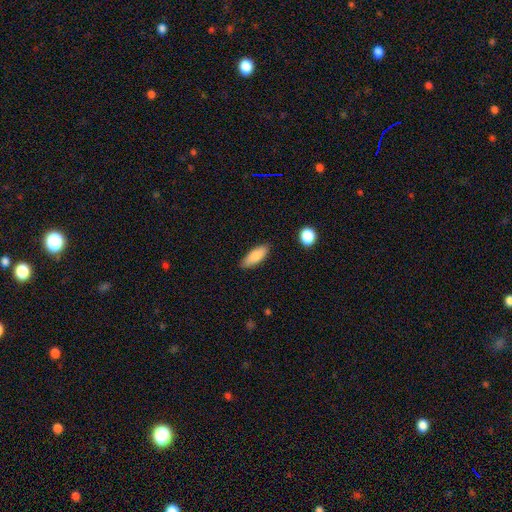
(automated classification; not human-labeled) Morphology: type=smooth (85%); roundness=in between (69%); merging=none (84%).